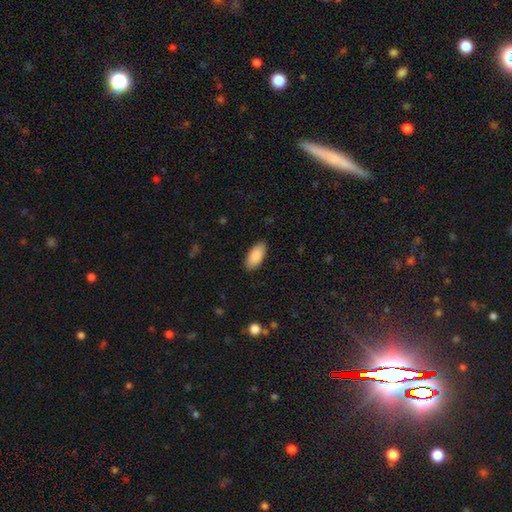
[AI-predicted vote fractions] smooth-or-featured: smooth: 89% | star or artifact: 6% | featured or disk: 5%
  how-rounded: in between: 91% | cigar-shaped: 7% | round: 2%
  merging: none: 88% | minor disturbance: 9% | major disturbance: 2% | merger: 1%